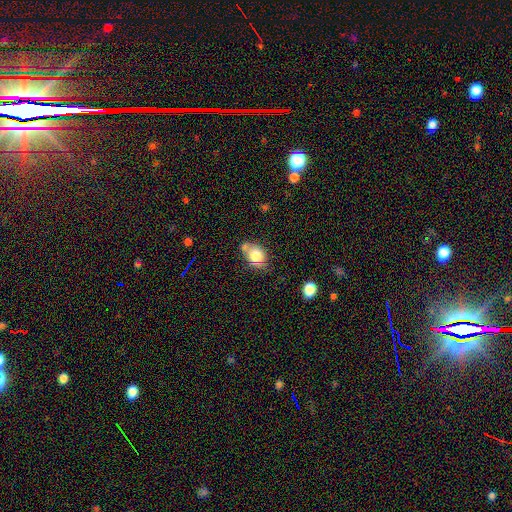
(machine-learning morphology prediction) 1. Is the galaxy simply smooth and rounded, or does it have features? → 75% smooth, 15% featured or disk, 10% star or artifact.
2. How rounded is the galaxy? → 59% in between, 39% round, 2% cigar-shaped.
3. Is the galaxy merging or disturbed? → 52% none, 21% minor disturbance, 20% merger, 6% major disturbance.